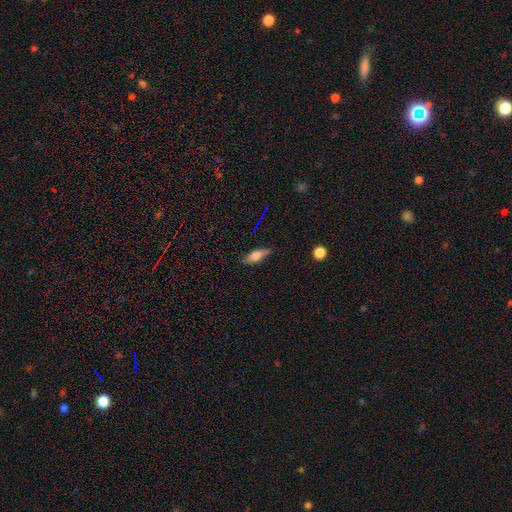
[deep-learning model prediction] smooth 62%, featured or disk 30%, star or artifact 8%. Down the decision tree: how rounded — in between (56%); merging — none (82%).